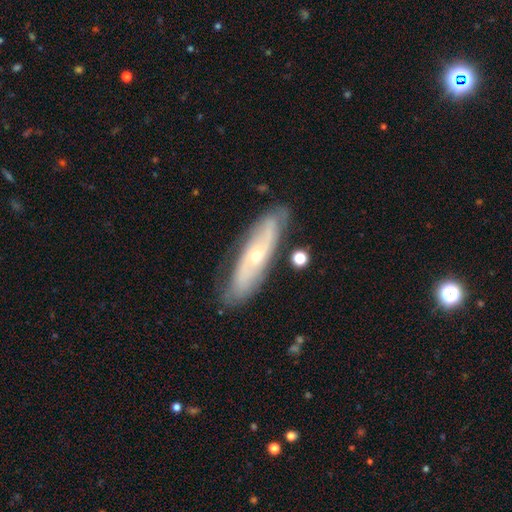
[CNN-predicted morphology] Smooth or featured?
  - featured or disk: 69% *
  - smooth: 25%
  - star or artifact: 6%
Edge-on disk?
  - no: 71% *
  - yes: 29%
Merging?
  - none: 77% *
  - minor disturbance: 16%
  - major disturbance: 4%
  - merger: 3%